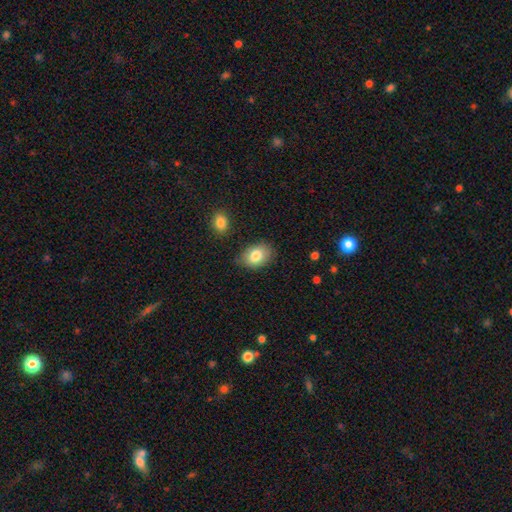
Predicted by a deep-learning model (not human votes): Morphology: type=smooth (82%); roundness=in between (83%); merging=none (78%).